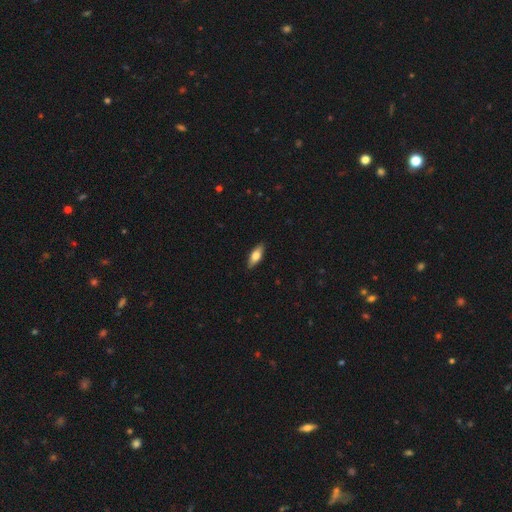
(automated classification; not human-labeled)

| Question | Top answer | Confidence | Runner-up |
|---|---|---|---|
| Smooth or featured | smooth | 68% | featured or disk (26%) |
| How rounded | in between | 72% | cigar-shaped (26%) |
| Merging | none | 89% | minor disturbance (8%) |